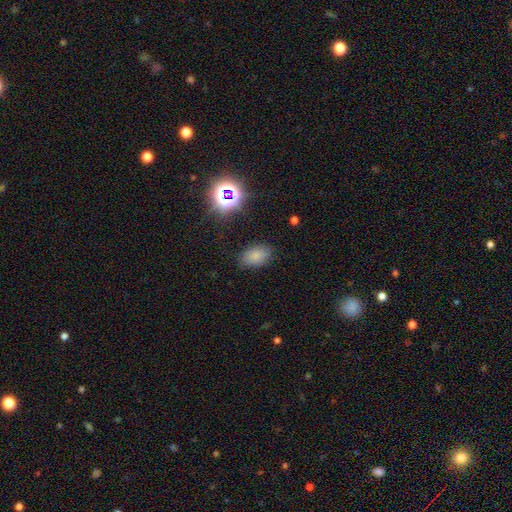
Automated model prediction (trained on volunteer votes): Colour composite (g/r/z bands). It shows a smooth galaxy with no disk features (77%) that is in between round and cigar-shaped (87%). Merging: none (82%).